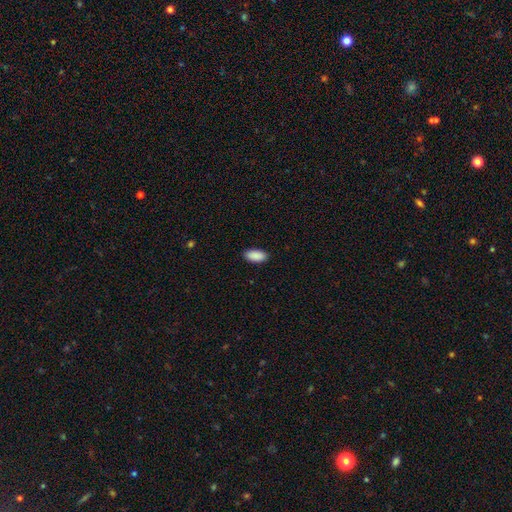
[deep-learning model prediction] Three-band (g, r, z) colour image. It shows a smooth galaxy with no disk features (91%) that is in between round and cigar-shaped (93%). Merging: none (89%).